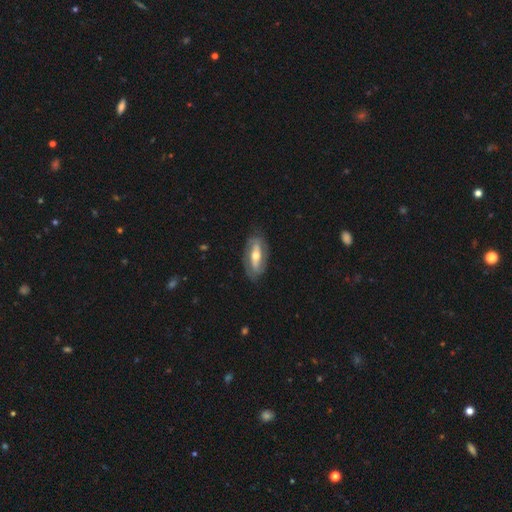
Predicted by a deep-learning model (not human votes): Smooth or featured? Predicted: featured or disk (p=0.73). Edge-on disk? Predicted: no (p=0.86). Bar? Predicted: strong (p=0.49). Spiral arms? Predicted: yes (p=0.72). Bulge size? Predicted: moderate (p=0.70). Merging? Predicted: none (p=0.78).